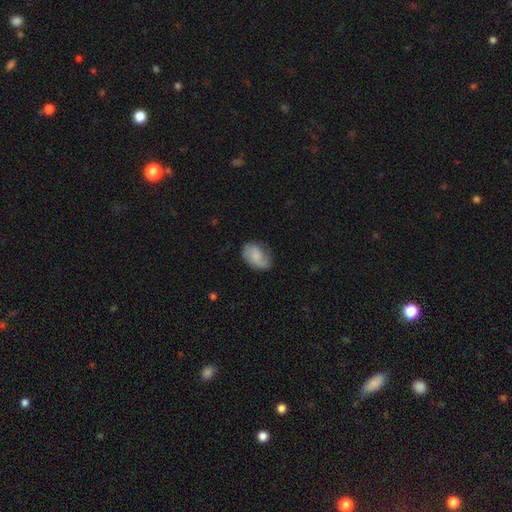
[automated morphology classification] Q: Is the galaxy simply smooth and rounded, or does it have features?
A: smooth — 65%.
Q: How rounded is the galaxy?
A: in between — 88%.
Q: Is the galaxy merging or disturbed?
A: none — 66%.